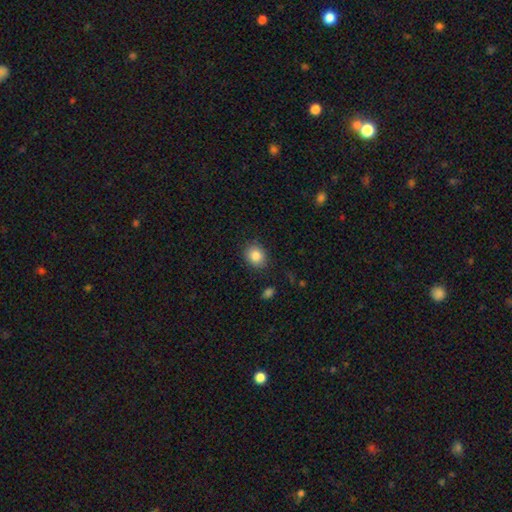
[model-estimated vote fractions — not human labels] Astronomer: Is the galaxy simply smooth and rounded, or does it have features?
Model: smooth — 85%.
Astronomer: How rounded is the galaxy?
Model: round — 67%.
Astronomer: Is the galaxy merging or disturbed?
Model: none — 86%.